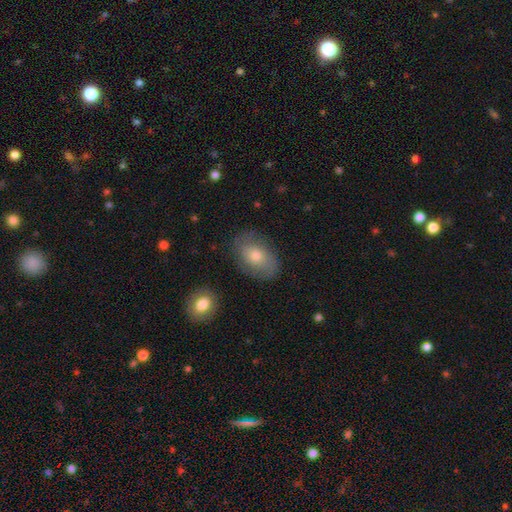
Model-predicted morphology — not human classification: A smooth galaxy with no disk features (54%) that is in between round and cigar-shaped (86%). Merging: none (79%).